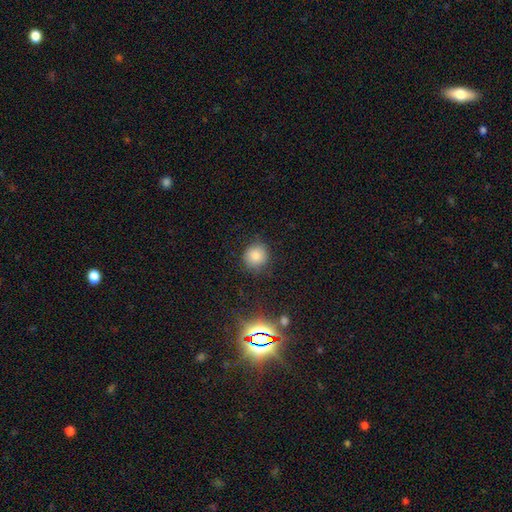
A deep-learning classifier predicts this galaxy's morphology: Overall: smooth (82%). How rounded: round (89%). Merging: none (84%).